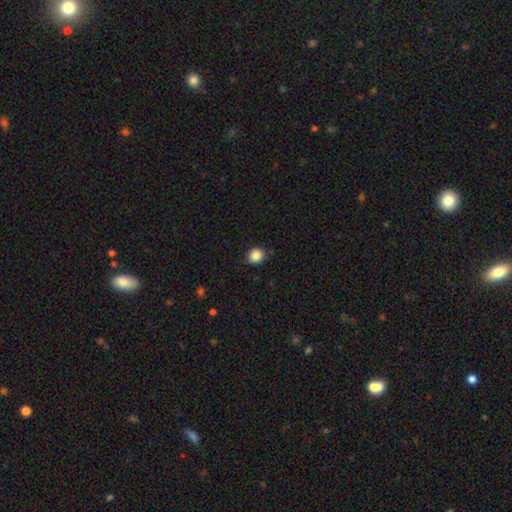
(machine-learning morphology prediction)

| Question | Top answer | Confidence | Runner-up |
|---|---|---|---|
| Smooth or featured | smooth | 87% | star or artifact (10%) |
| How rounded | round | 78% | in between (21%) |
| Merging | none | 87% | minor disturbance (9%) |